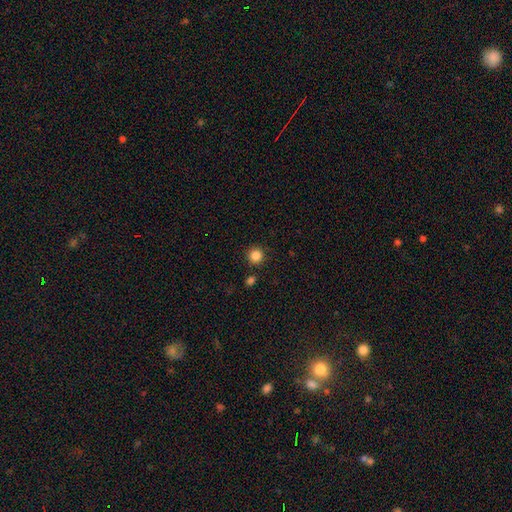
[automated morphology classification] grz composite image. It shows a smooth galaxy with no disk features (85%) that is round (94%). Merging: none (88%).